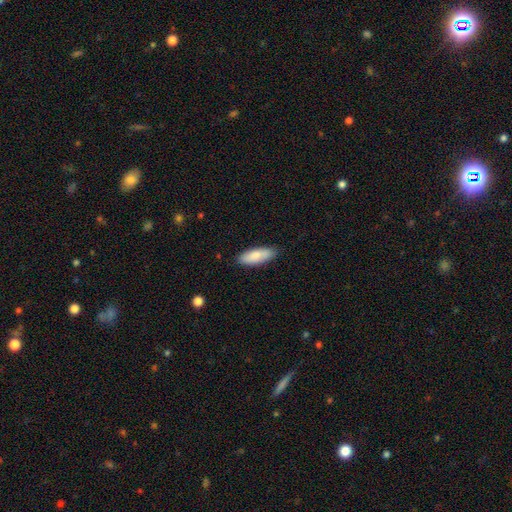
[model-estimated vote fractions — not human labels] The model was most divided on "how rounded": in between: 66%, cigar-shaped: 33%, round: 2%. More confident: merging — none (83%); smooth or featured — smooth (82%).